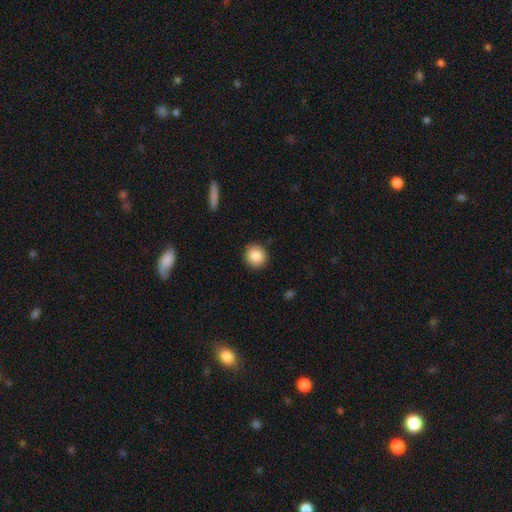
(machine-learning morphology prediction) A smooth galaxy with no disk features (86%) that is round (92%).

Vote fractions:
- Smooth or featured? smooth: 86% / star or artifact: 8% / featured or disk: 6%
- How rounded? round: 92% / in between: 7% / cigar-shaped: 1%
- Merging? none: 92% / minor disturbance: 6% / major disturbance: 2% / merger: 1%